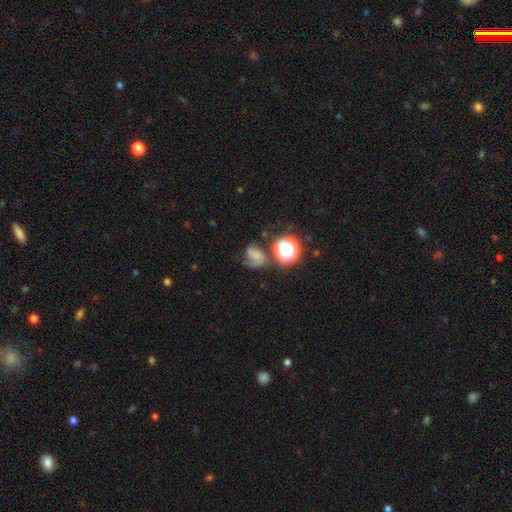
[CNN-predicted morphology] This appears to be a featured or disk galaxy (44%). Merging: none (39%).